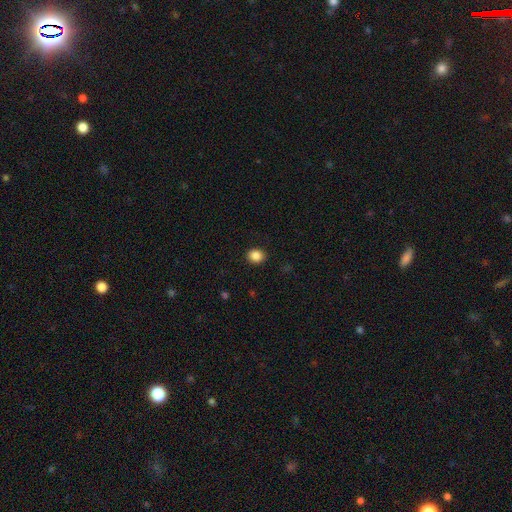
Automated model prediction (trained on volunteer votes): A smooth galaxy with no disk features (87%) that is round (67%).

Vote fractions:
- Smooth or featured? smooth: 87% / star or artifact: 10% / featured or disk: 3%
- How rounded? round: 67% / in between: 32% / cigar-shaped: 1%
- Merging? none: 91% / minor disturbance: 6% / major disturbance: 2% / merger: 1%